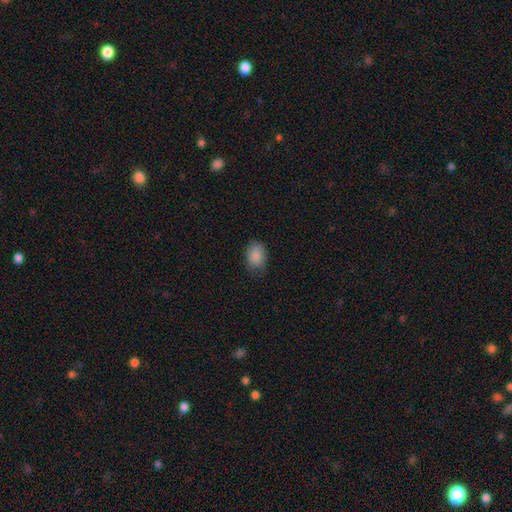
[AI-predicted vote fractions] Morphology: type=smooth (88%); roundness=in between (76%); merging=none (72%).